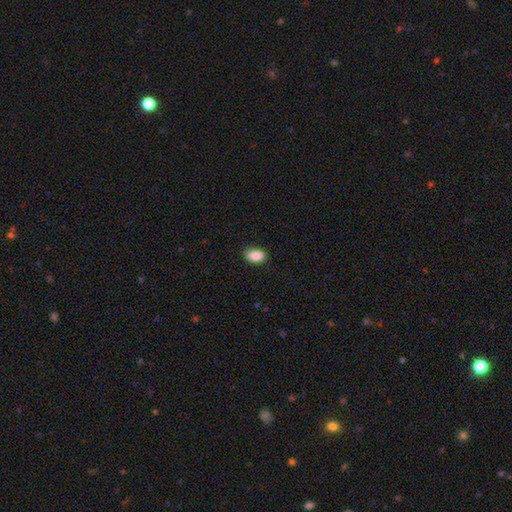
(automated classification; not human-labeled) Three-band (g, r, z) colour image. It shows a smooth galaxy with no disk features (88%) that is in between round and cigar-shaped (88%). Merging: none (81%).